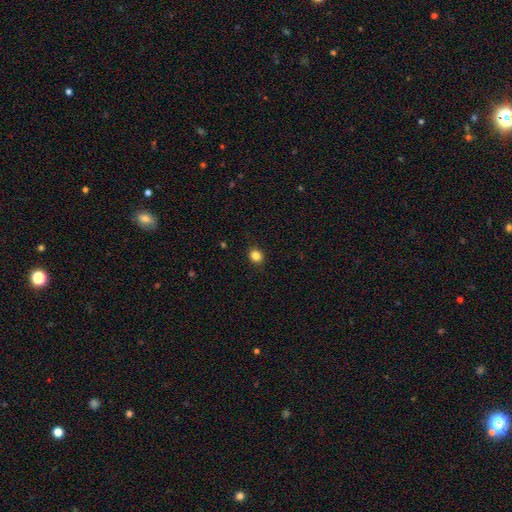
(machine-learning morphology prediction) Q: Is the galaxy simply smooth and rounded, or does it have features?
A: smooth — 84%.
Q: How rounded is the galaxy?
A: round — 75%.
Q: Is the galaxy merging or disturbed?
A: none — 90%.